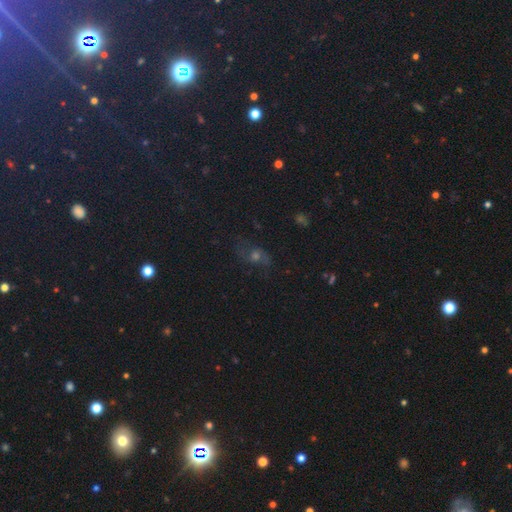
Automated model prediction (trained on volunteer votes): A featured or disk galaxy (39%).

Vote fractions:
- Smooth or featured? featured or disk: 39% / star or artifact: 34% / smooth: 27%
- Merging? none: 69% / minor disturbance: 17% / major disturbance: 12% / merger: 2%